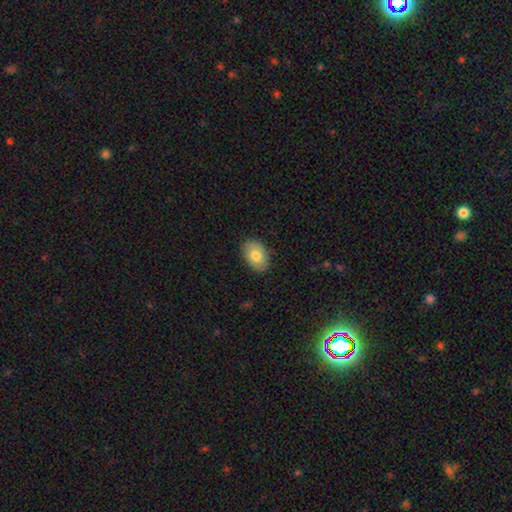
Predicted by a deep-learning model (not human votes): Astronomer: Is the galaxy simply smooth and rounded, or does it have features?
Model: smooth — 79%.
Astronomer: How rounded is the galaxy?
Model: in between — 87%.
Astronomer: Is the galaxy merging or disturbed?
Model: none — 86%.